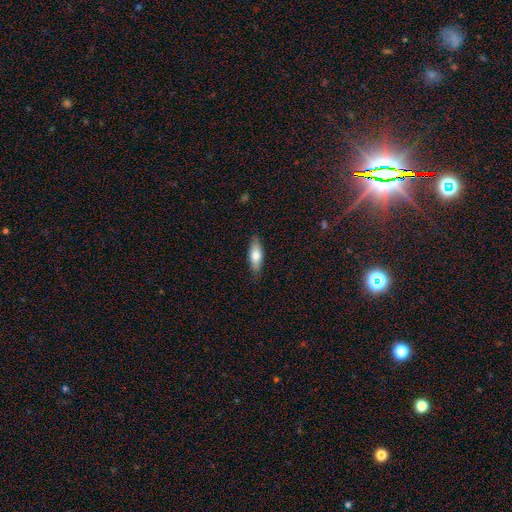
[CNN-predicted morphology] A smooth galaxy with no disk features (72%) that is in between round and cigar-shaped (63%).

Vote fractions:
- Smooth or featured? smooth: 72% / featured or disk: 22% / star or artifact: 6%
- How rounded? in between: 63% / cigar-shaped: 35% / round: 2%
- Merging? none: 82% / minor disturbance: 14% / major disturbance: 3% / merger: 1%